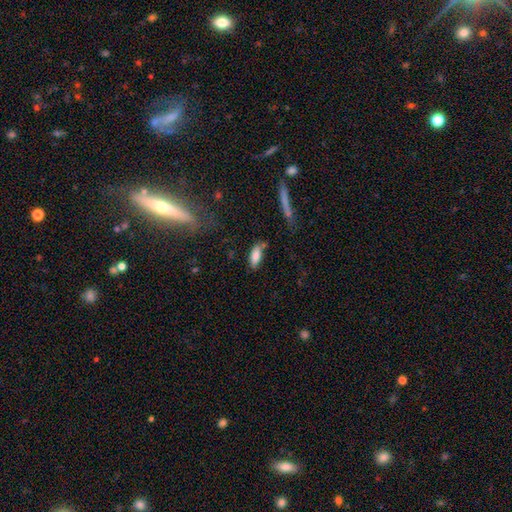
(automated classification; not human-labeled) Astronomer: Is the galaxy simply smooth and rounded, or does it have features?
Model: smooth — 82%.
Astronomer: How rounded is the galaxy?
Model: in between — 77%.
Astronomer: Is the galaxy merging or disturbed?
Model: none — 66%.